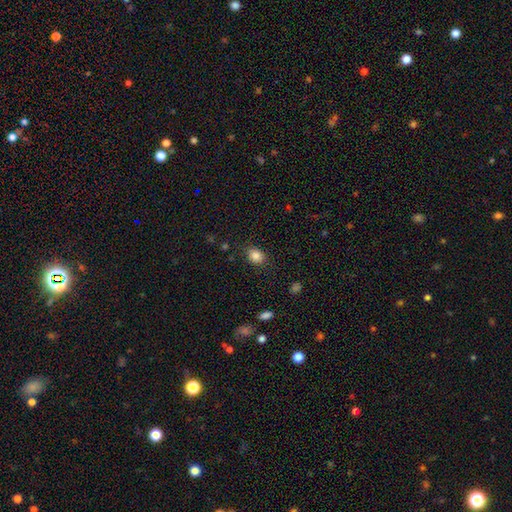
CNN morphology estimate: Smooth or featured: smooth — 85% (star or artifact — 10%)
How rounded: in between — 52% (round — 47%)
Merging: none — 82% (minor disturbance — 13%)